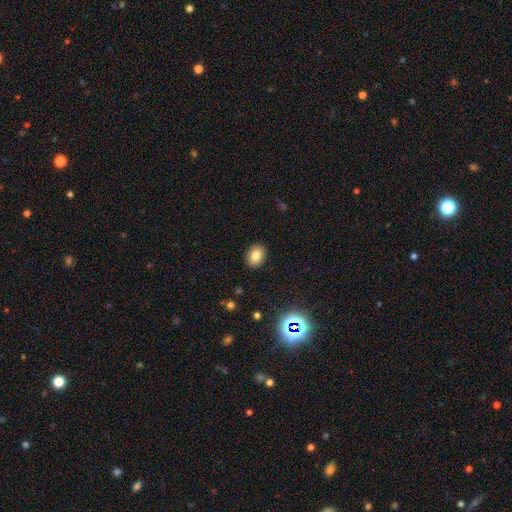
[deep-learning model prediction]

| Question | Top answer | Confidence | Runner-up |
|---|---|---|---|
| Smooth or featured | smooth | 82% | star or artifact (10%) |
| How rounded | in between | 68% | round (31%) |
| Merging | none | 90% | minor disturbance (7%) |